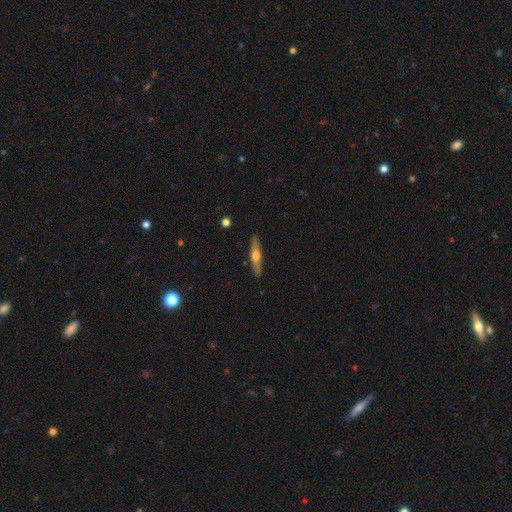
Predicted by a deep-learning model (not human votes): This appears to be a featured or disk galaxy (53%) viewed edge-on (92%). Merging: none (90%).